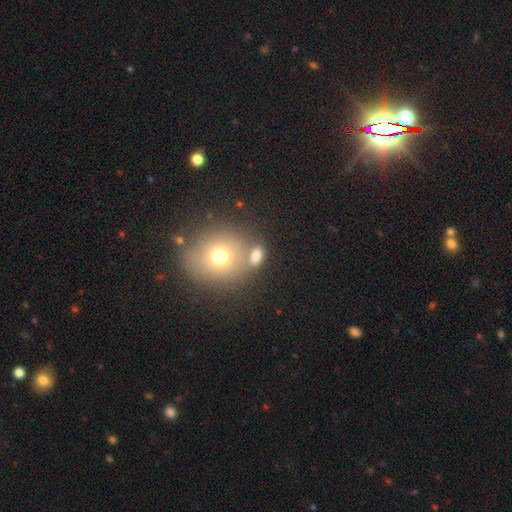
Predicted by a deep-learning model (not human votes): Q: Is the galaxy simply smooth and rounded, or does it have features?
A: smooth — 76%.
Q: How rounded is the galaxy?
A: in between — 60%.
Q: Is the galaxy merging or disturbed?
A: none — 56%.